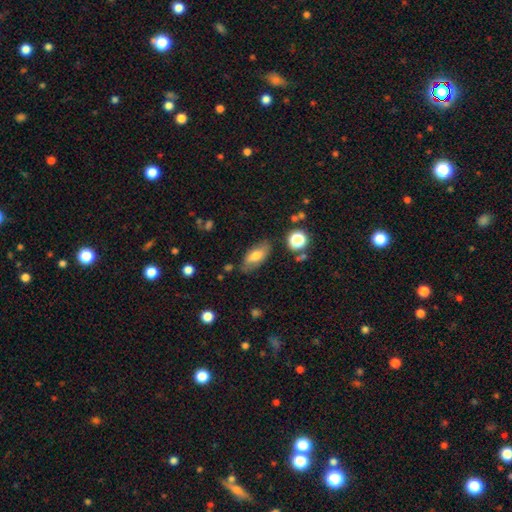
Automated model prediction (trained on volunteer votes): smooth_or_featured: smooth (p=0.69) [alt: featured or disk p=0.24]
how_rounded: in between (p=0.84) [alt: cigar-shaped p=0.12]
merging: none (p=0.75) [alt: minor disturbance p=0.18]